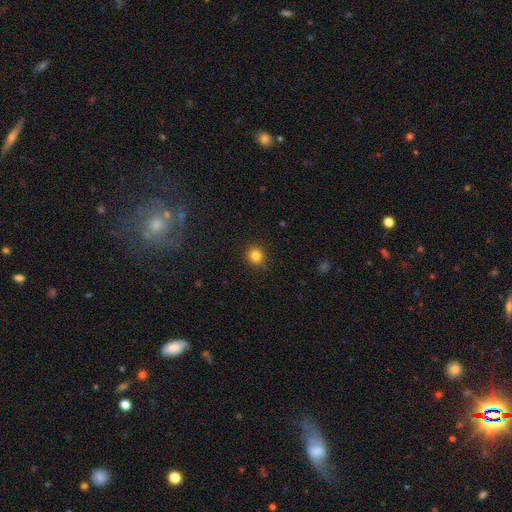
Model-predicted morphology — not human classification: smooth-or-featured: smooth: 83% | star or artifact: 12% | featured or disk: 5%
  how-rounded: round: 87% | in between: 12% | cigar-shaped: 1%
  merging: none: 88% | minor disturbance: 8% | major disturbance: 2% | merger: 1%